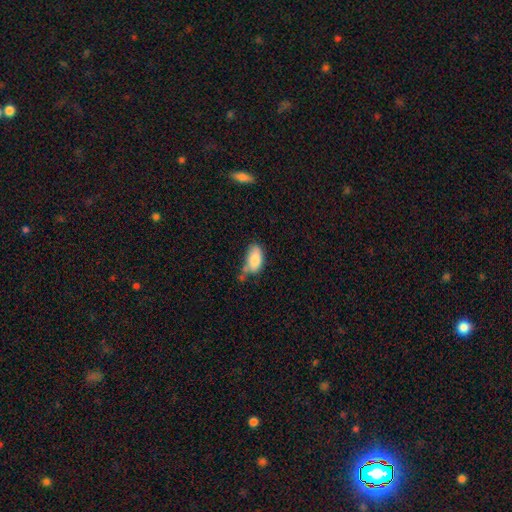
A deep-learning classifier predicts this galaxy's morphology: Smooth or featured? smooth (83%)
How rounded? in between (92%)
Merging? none (42%)